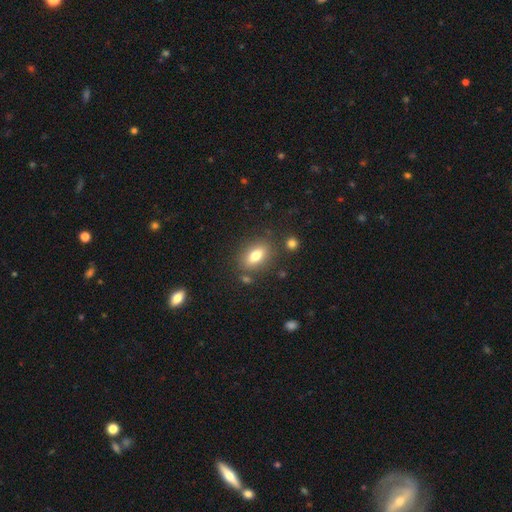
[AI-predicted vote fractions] Smooth or featured: smooth — 77% (featured or disk — 13%)
How rounded: in between — 83% (round — 11%)
Merging: none — 80% (minor disturbance — 11%)